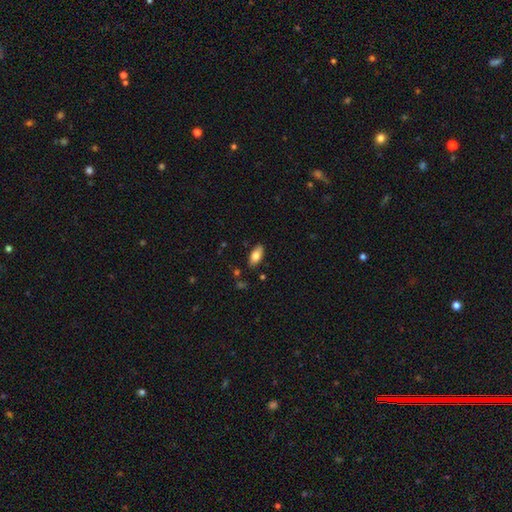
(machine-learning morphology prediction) A smooth galaxy with no disk features (79%) that is in between round and cigar-shaped (91%). Merging: none (86%).